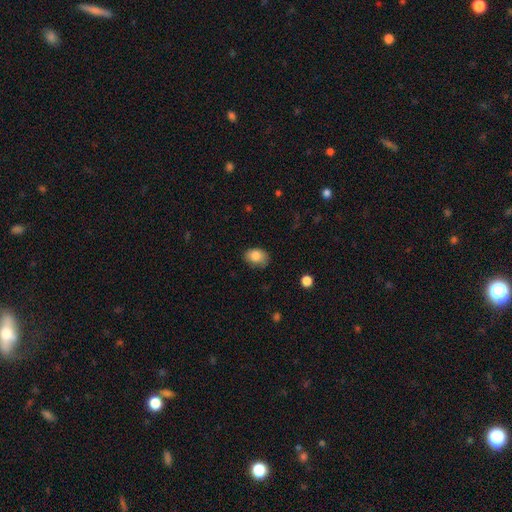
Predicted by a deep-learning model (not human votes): Smooth or featured? smooth (84%)
How rounded? in between (75%)
Merging? none (65%)